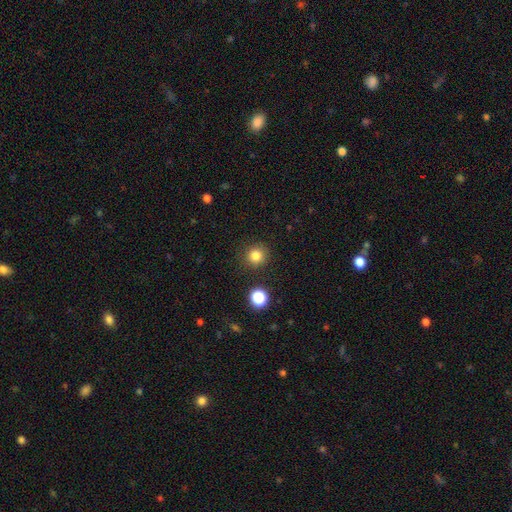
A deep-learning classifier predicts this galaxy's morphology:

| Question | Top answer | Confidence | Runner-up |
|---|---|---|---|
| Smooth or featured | smooth | 82% | star or artifact (13%) |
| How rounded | round | 92% | in between (7%) |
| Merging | none | 89% | minor disturbance (7%) |